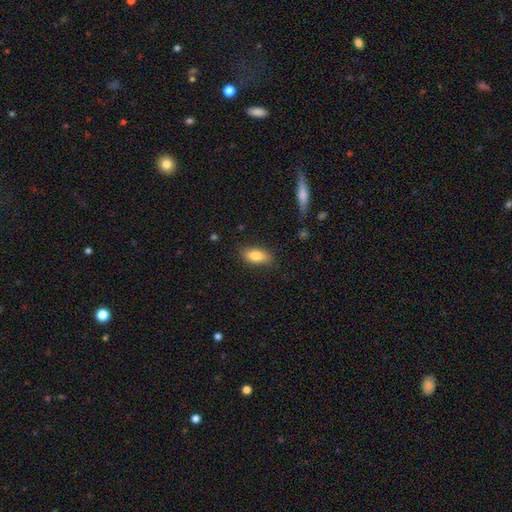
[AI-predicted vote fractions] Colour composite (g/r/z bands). It shows a smooth galaxy with no disk features (81%) that is in between round and cigar-shaped (85%). Merging: none (83%).